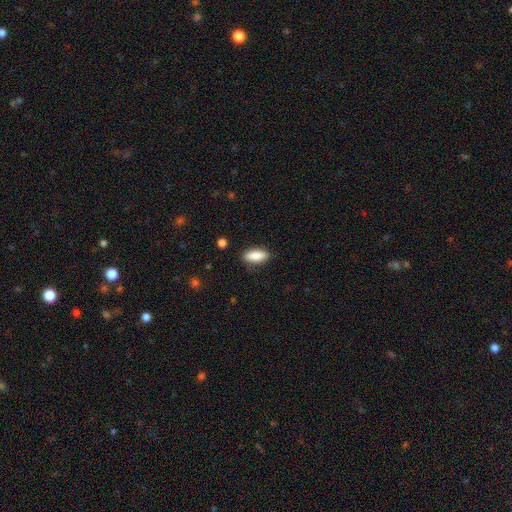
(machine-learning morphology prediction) A smooth galaxy with no disk features (85%) that is in between round and cigar-shaped (78%). Merging: none (85%).